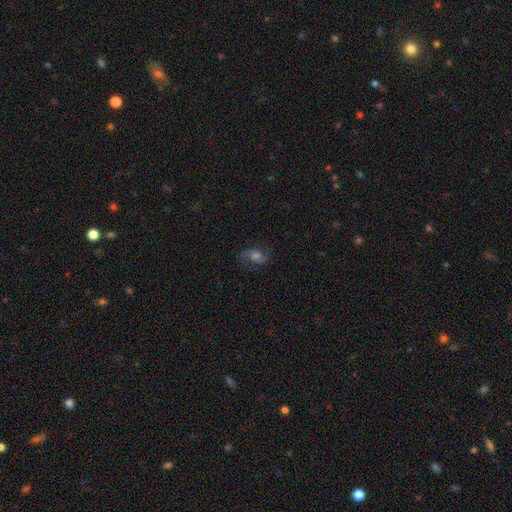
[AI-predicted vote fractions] featured or disk 70%, smooth 17%, star or artifact 13%. Down the decision tree: edge-on disk — no (97%); bar — no (57%); spiral arms — yes (94%); spiral arm count — 2 (90%); spiral winding — medium (49%); bulge size — moderate (49%); merging — none (78%).